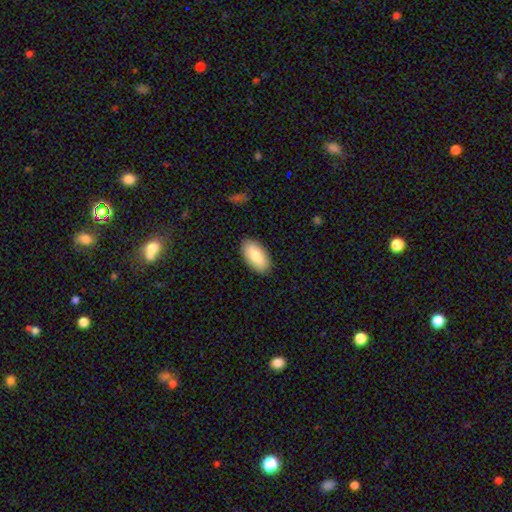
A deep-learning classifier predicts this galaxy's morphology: smooth_or_featured: smooth (p=0.81) [alt: featured or disk p=0.13]
how_rounded: in between (p=0.92) [alt: cigar-shaped p=0.05]
merging: none (p=0.88) [alt: minor disturbance p=0.09]